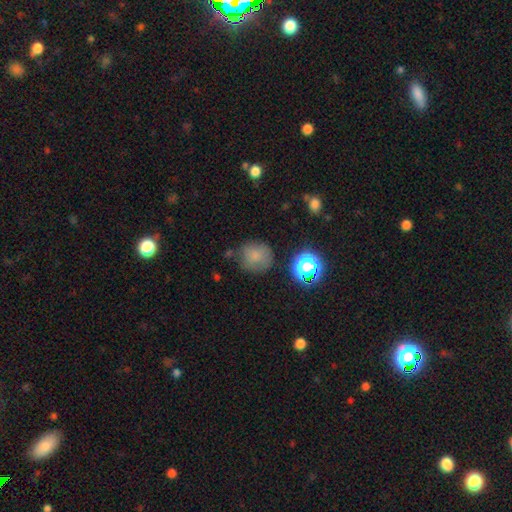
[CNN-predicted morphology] A smooth galaxy with no disk features (75%) that is round (89%). Merging: none (72%).